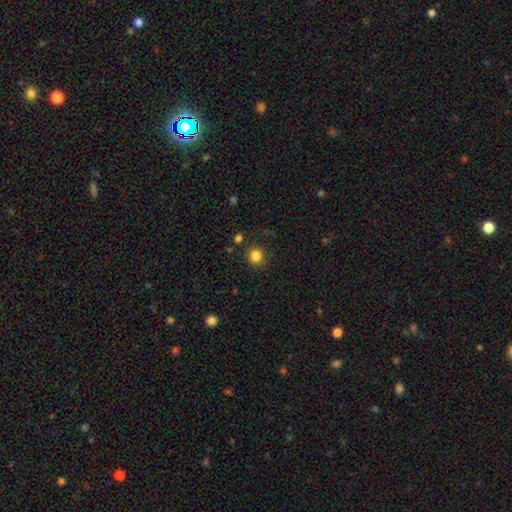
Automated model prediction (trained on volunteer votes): A smooth galaxy with no disk features (84%) that is round (92%). Merging: none (86%).